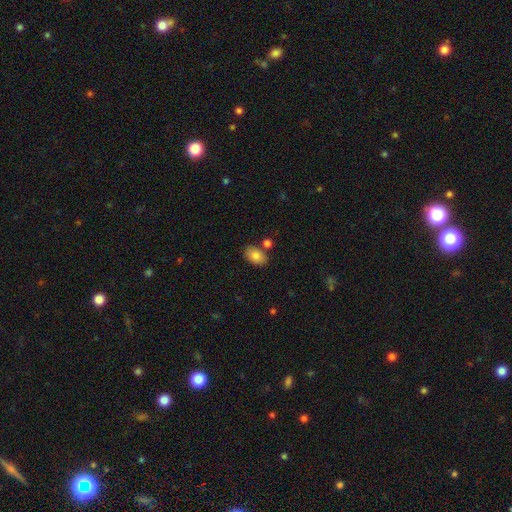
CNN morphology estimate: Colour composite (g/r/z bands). It shows a smooth galaxy with no disk features (84%) that is in between round and cigar-shaped (88%). Merging: none (74%).